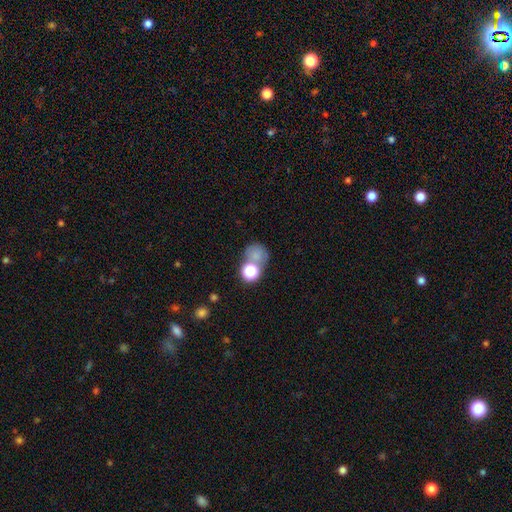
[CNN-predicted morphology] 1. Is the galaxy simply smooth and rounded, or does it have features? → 69% smooth, 20% star or artifact, 11% featured or disk.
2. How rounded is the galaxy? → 74% round, 25% in between, 1% cigar-shaped.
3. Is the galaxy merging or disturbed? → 45% none, 34% merger, 12% minor disturbance, 9% major disturbance.